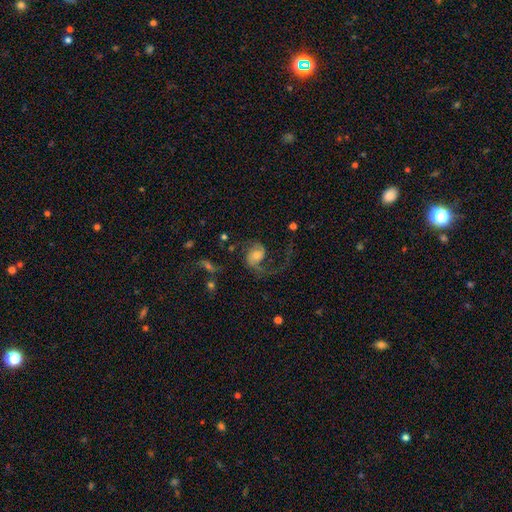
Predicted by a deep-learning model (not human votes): A featured or disk galaxy (80%) with no bar (60%), 2 (66%) loose (58%) spiral arms (95%) and a moderate central bulge (49%). Merging: none (47%).